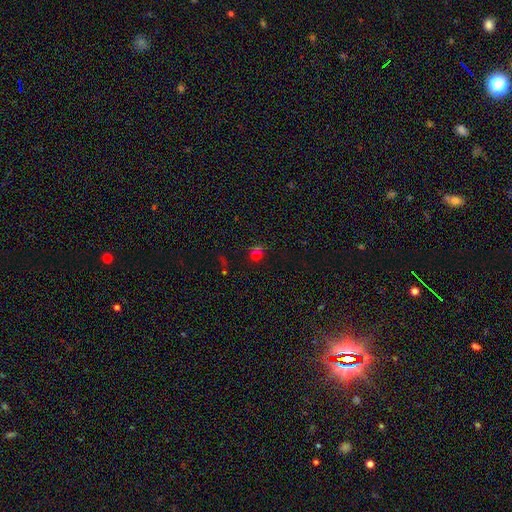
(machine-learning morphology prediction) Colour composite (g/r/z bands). It shows a smooth galaxy with no disk features (53%) that is round (69%). Merging: none (79%).